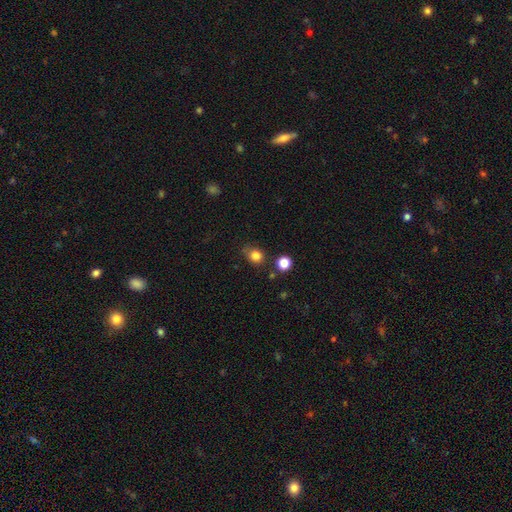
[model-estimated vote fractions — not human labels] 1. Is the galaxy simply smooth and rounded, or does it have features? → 82% smooth, 13% star or artifact, 5% featured or disk.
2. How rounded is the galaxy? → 72% round, 27% in between, 1% cigar-shaped.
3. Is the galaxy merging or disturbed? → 68% none, 20% minor disturbance, 6% merger, 5% major disturbance.